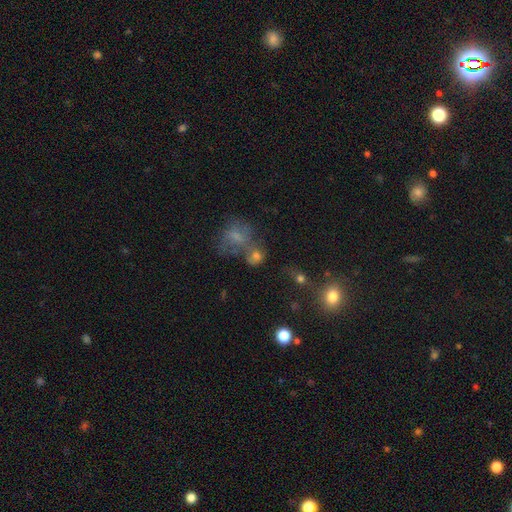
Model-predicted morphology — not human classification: A smooth galaxy with no disk features (57%) that is round (58%).

Vote fractions:
- Smooth or featured? smooth: 57% / featured or disk: 22% / star or artifact: 21%
- How rounded? round: 58% / in between: 40% / cigar-shaped: 2%
- Merging? merger: 42% / none: 33% / minor disturbance: 13% / major disturbance: 13%